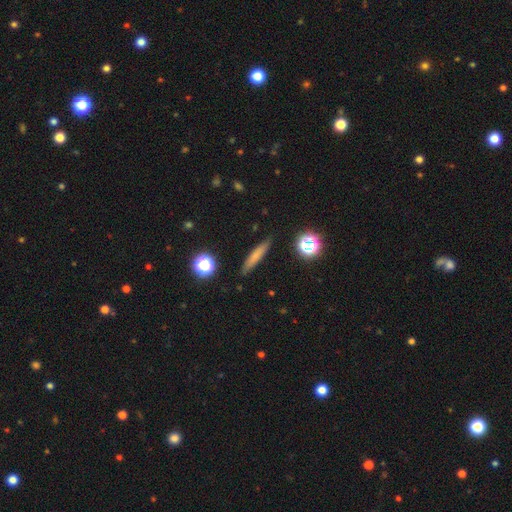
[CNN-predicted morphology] Smooth or featured? smooth (68%)
How rounded? cigar-shaped (88%)
Merging? none (88%)